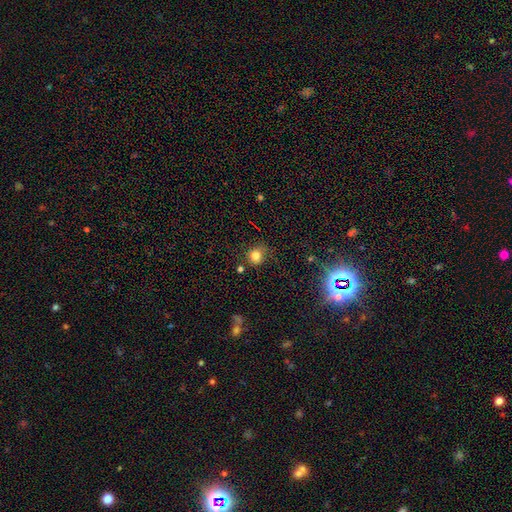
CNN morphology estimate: A smooth galaxy with no disk features (79%) that is round (86%).

Vote fractions:
- Smooth or featured? smooth: 79% / star or artifact: 14% / featured or disk: 7%
- How rounded? round: 86% / in between: 14% / cigar-shaped: 1%
- Merging? none: 75% / minor disturbance: 16% / major disturbance: 5% / merger: 4%